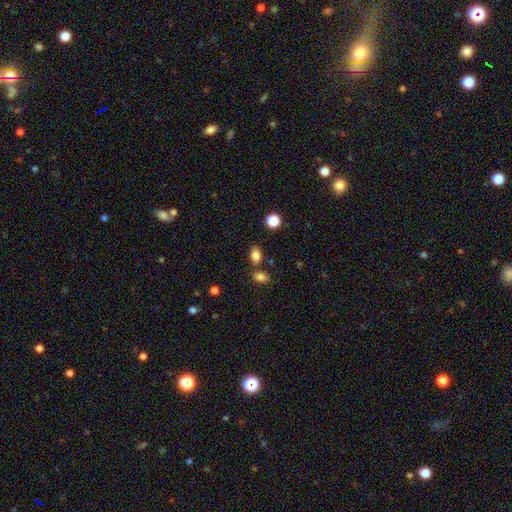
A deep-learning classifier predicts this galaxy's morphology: The model was most divided on "how rounded": in between: 77%, round: 21%, cigar-shaped: 2%. More confident: smooth or featured — smooth (83%); merging — none (71%).